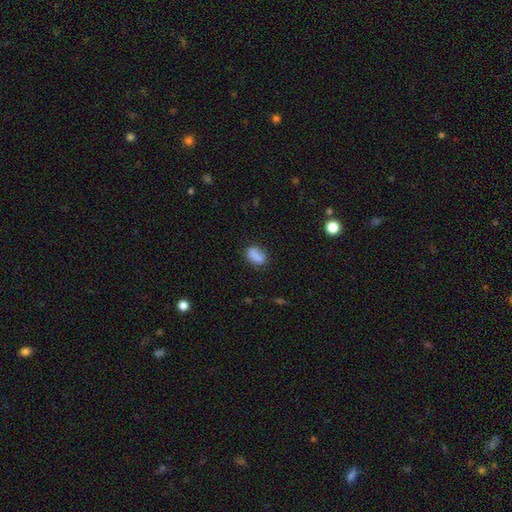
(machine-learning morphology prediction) This appears to be a smooth galaxy with no disk features (81%) that is in between round and cigar-shaped (81%). Merging: none (72%).